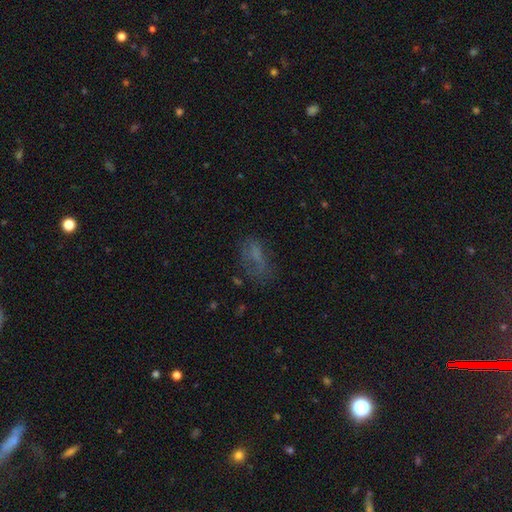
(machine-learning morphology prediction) smooth-or-featured: smooth: 54% | featured or disk: 25% | star or artifact: 21%
  how-rounded: in between: 80% | cigar-shaped: 12% | round: 8%
  merging: none: 47% | major disturbance: 26% | minor disturbance: 24% | merger: 3%